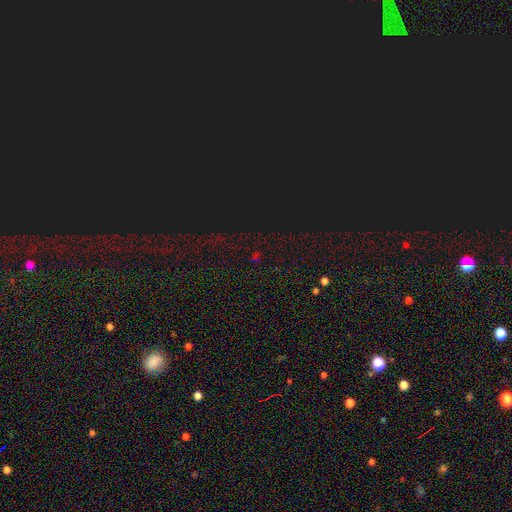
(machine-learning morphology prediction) Smooth or featured?
  - star or artifact: 76% *
  - smooth: 17%
  - featured or disk: 7%